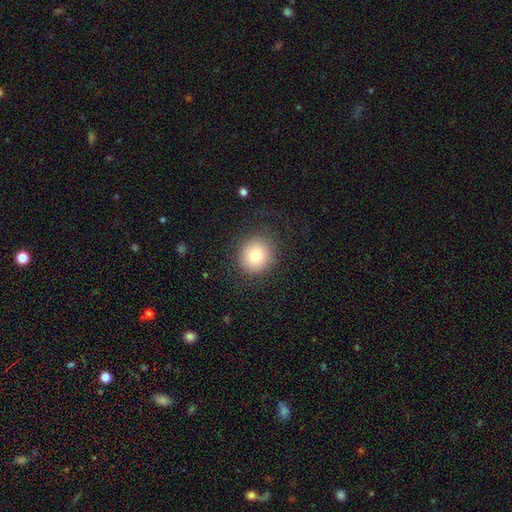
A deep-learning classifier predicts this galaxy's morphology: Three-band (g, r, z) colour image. It shows a smooth galaxy with no disk features (81%) that is round (83%). Merging: none (84%).